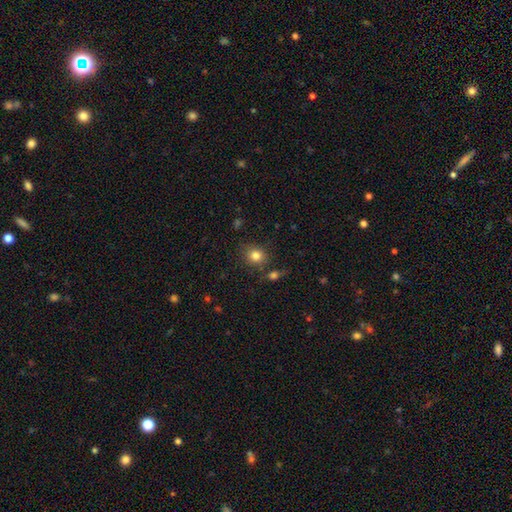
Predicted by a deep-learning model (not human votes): A smooth galaxy with no disk features (82%) that is round (77%). Merging: none (78%).